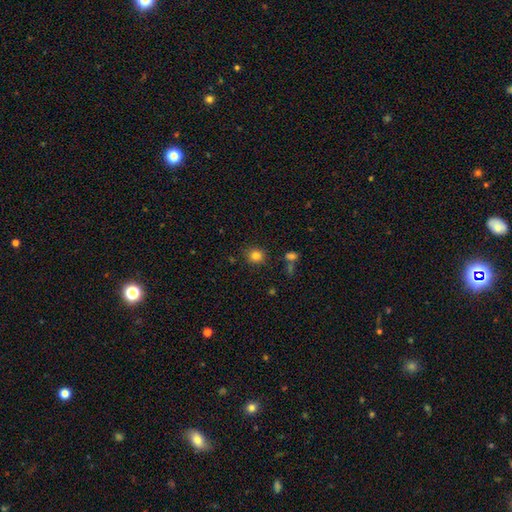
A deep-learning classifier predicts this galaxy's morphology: A smooth galaxy with no disk features (82%) that is round (81%).

Vote fractions:
- Smooth or featured? smooth: 82% / star or artifact: 12% / featured or disk: 6%
- How rounded? round: 81% / in between: 18% / cigar-shaped: 1%
- Merging? none: 84% / minor disturbance: 10% / merger: 3% / major disturbance: 3%